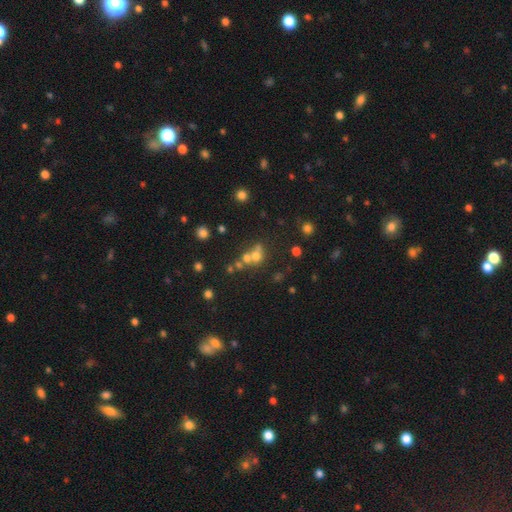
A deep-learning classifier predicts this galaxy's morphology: smooth-or-featured: smooth: 60% | star or artifact: 22% | featured or disk: 18%
  how-rounded: round: 74% | in between: 25% | cigar-shaped: 1%
  merging: merger: 52% | none: 33% | minor disturbance: 8% | major disturbance: 6%